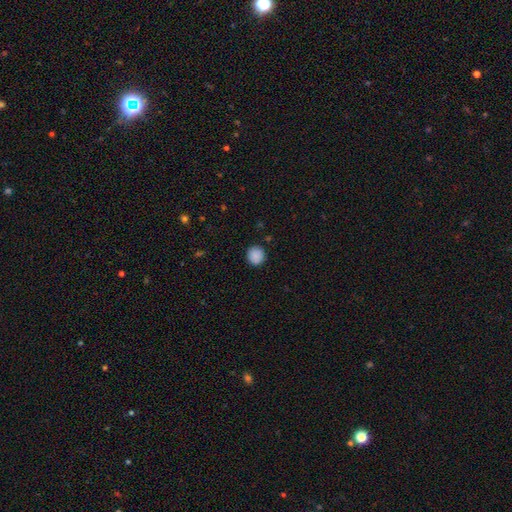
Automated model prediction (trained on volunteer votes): Smooth or featured: smooth — 89% (star or artifact — 8%)
How rounded: round — 92% (in between — 7%)
Merging: none — 89% (minor disturbance — 7%)